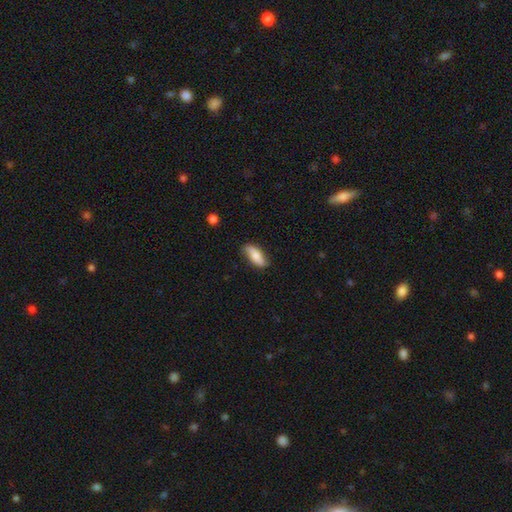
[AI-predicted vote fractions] A smooth galaxy with no disk features (65%) that is in between round and cigar-shaped (76%).

Vote fractions:
- Smooth or featured? smooth: 65% / featured or disk: 28% / star or artifact: 7%
- How rounded? in between: 76% / cigar-shaped: 21% / round: 3%
- Merging? none: 76% / minor disturbance: 18% / major disturbance: 4% / merger: 1%